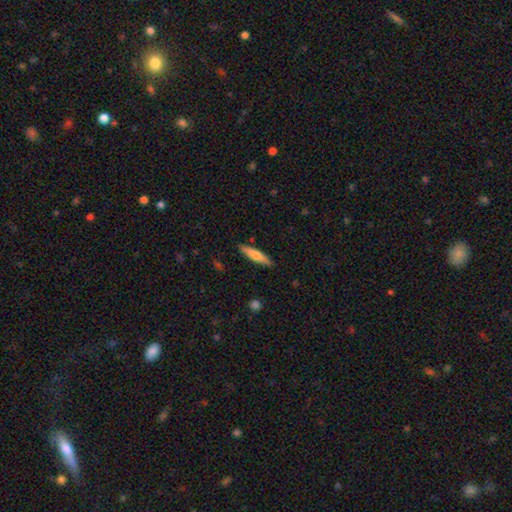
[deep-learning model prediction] A smooth galaxy with no disk features (56%) that is cigar-shaped (79%). Merging: none (89%).